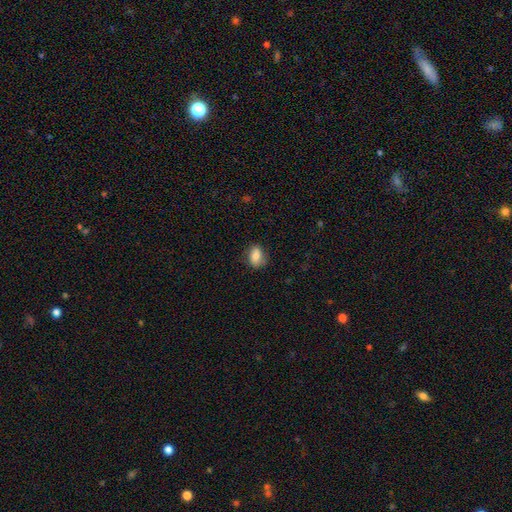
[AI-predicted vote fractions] A smooth galaxy with no disk features (81%) that is in between round and cigar-shaped (77%). Merging: none (75%).